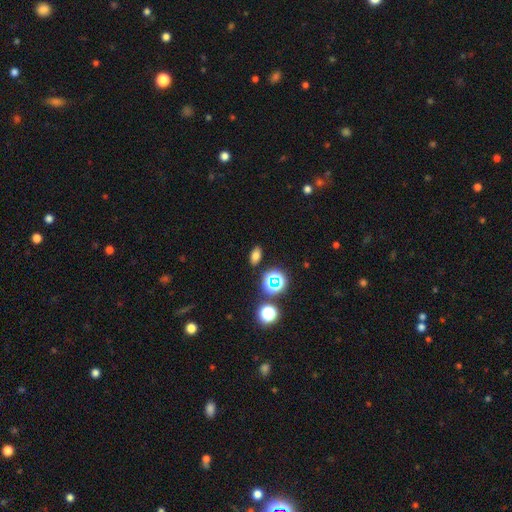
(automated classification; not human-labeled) smooth_or_featured: smooth (p=0.69) [alt: star or artifact p=0.23]
how_rounded: in between (p=0.83) [alt: round p=0.14]
merging: none (p=0.86) [alt: minor disturbance p=0.09]